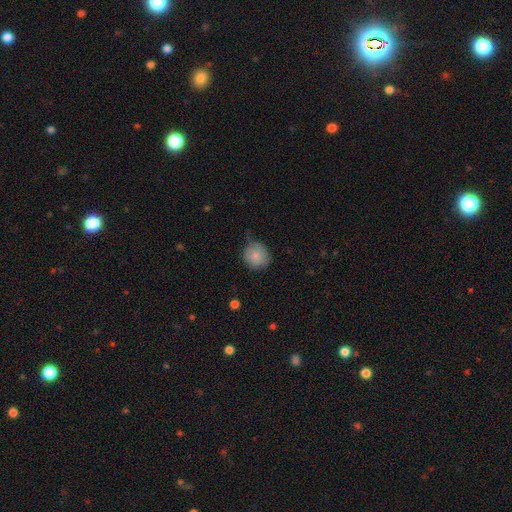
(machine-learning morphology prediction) smooth-or-featured: smooth: 81% | featured or disk: 11% | star or artifact: 8%
  how-rounded: round: 88% | in between: 11% | cigar-shaped: 1%
  merging: none: 74% | minor disturbance: 20% | major disturbance: 4% | merger: 2%